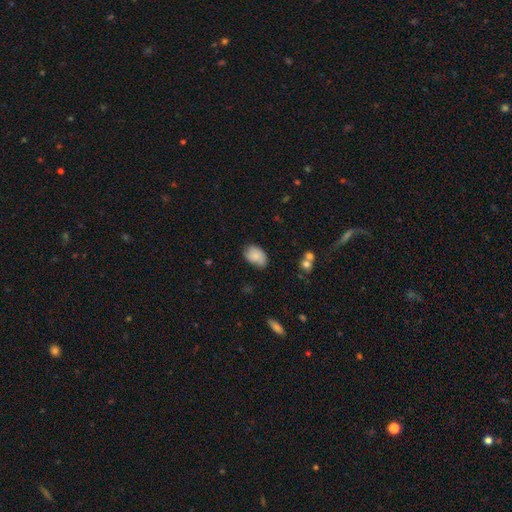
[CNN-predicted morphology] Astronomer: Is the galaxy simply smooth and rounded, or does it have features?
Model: smooth — 81%.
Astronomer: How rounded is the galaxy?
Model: in between — 84%.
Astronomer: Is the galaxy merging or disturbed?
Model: none — 60%.